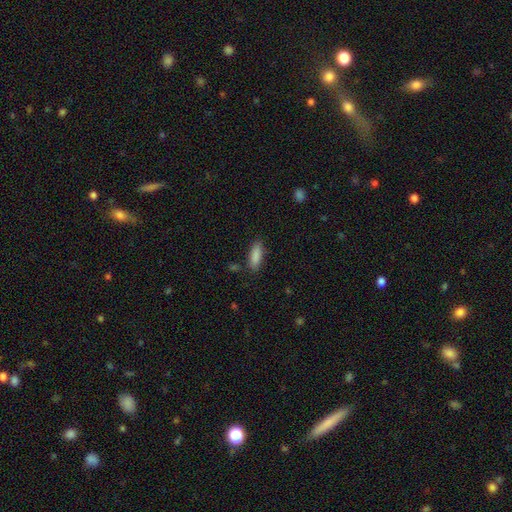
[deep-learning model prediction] Smooth or featured?
  - smooth: 88% *
  - star or artifact: 7%
  - featured or disk: 5%
How rounded?
  - in between: 60% *
  - cigar-shaped: 39%
  - round: 2%
Merging?
  - none: 83% *
  - minor disturbance: 12%
  - major disturbance: 3%
  - merger: 2%